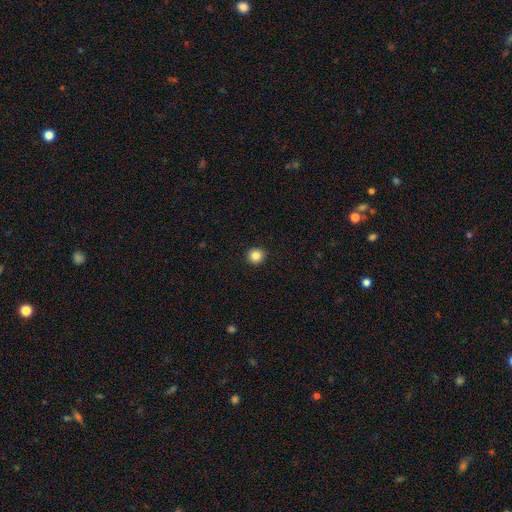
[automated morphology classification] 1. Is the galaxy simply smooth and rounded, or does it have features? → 84% smooth, 10% star or artifact, 6% featured or disk.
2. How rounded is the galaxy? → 92% round, 7% in between, 1% cigar-shaped.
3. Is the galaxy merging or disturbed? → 94% none, 4% minor disturbance, 1% major disturbance, 1% merger.